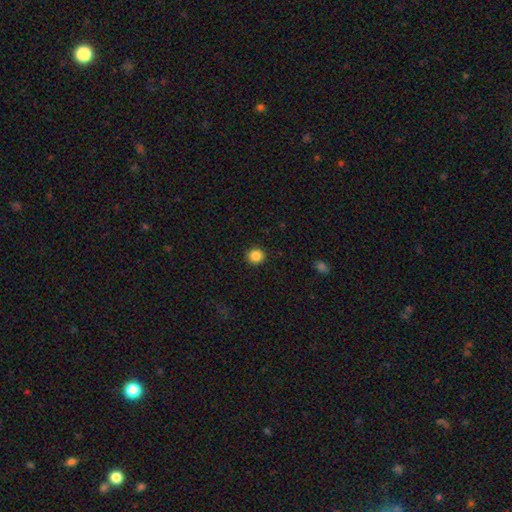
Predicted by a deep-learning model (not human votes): Morphology: type=smooth (86%); roundness=round (89%); merging=none (92%).